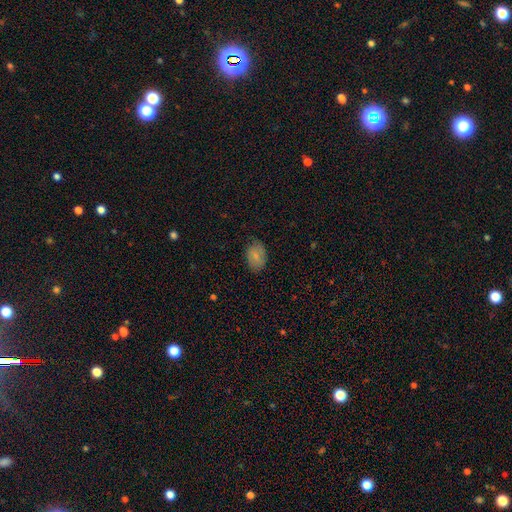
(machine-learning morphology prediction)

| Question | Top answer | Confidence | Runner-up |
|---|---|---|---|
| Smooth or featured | smooth | 76% | featured or disk (16%) |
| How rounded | in between | 82% | round (17%) |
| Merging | none | 75% | minor disturbance (20%) |